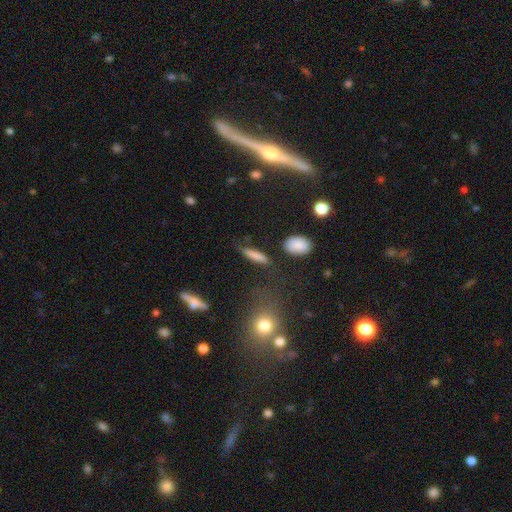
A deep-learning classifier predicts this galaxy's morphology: Q: Smooth or featured?
A: smooth (77%); runner-up: featured or disk (14%)
Q: How rounded?
A: cigar-shaped (76%); runner-up: in between (20%)
Q: Merging?
A: none (74%); runner-up: minor disturbance (17%)